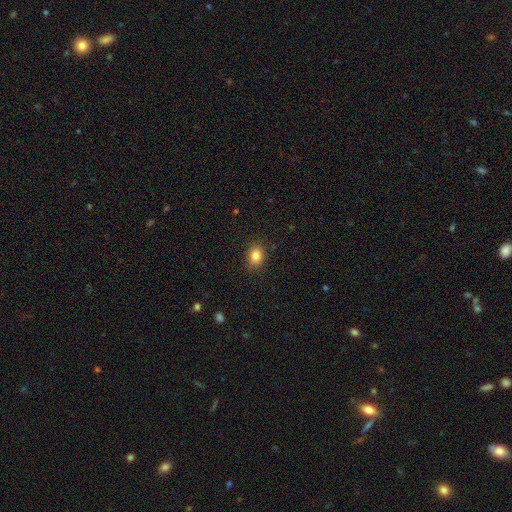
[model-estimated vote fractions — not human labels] smooth-or-featured: smooth: 84% | star or artifact: 10% | featured or disk: 6%
  how-rounded: in between: 64% | round: 35% | cigar-shaped: 1%
  merging: none: 87% | minor disturbance: 9% | major disturbance: 2% | merger: 1%